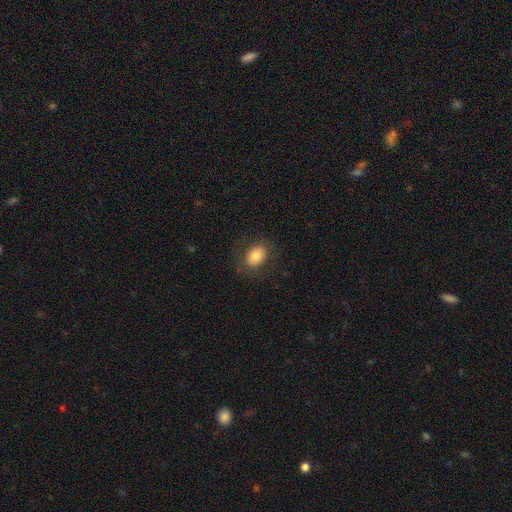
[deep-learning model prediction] Morphology: type=smooth (81%); roundness=in between (72%); merging=none (81%).